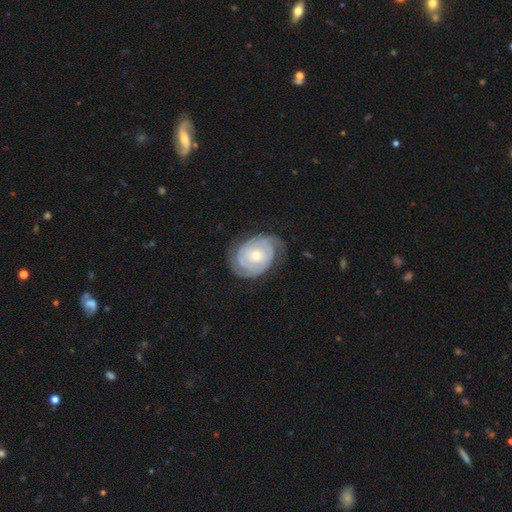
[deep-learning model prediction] Q: Smooth or featured?
A: featured or disk (81%); runner-up: smooth (14%)
Q: Edge-on disk?
A: no (97%); runner-up: yes (3%)
Q: Bar?
A: no (72%); runner-up: weak (23%)
Q: Spiral arms?
A: yes (93%); runner-up: no (7%)
Q: Spiral winding?
A: tight (72%); runner-up: medium (22%)
Q: Spiral arm count?
A: 2 (54%); runner-up: can't tell (25%)
Q: Bulge size?
A: small (52%); runner-up: moderate (43%)
Q: Merging?
A: none (68%); runner-up: minor disturbance (21%)